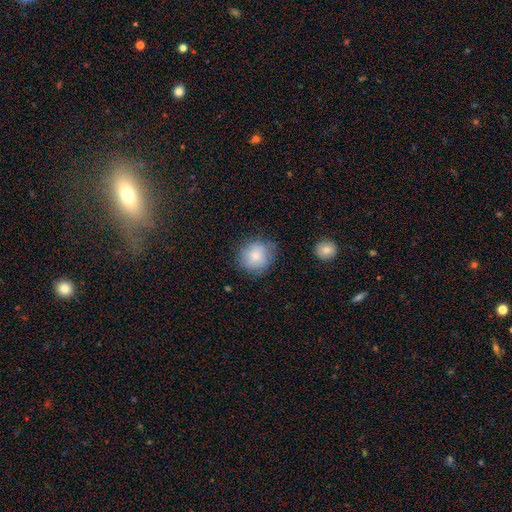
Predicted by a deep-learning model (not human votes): Smooth or featured? Predicted: smooth (p=0.77). How rounded? Predicted: round (p=0.86). Merging? Predicted: none (p=0.73).